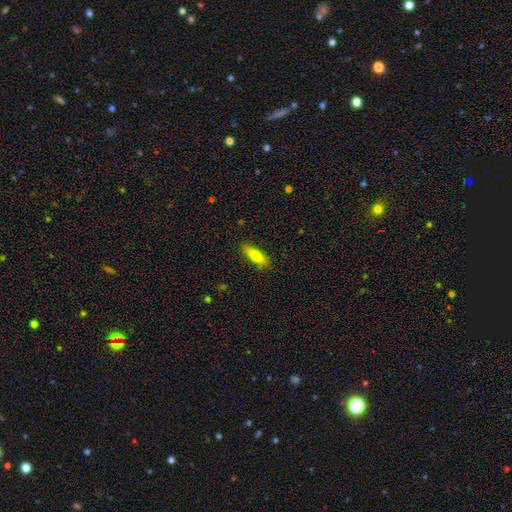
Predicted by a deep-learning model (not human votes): Smooth or featured? smooth (71%)
How rounded? cigar-shaped (59%)
Merging? none (87%)